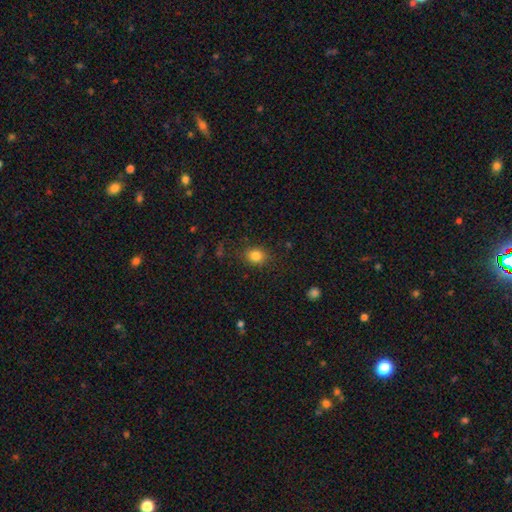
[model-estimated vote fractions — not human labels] Smooth or featured?
  - smooth: 83% *
  - star or artifact: 11%
  - featured or disk: 6%
How rounded?
  - round: 58% *
  - in between: 41%
  - cigar-shaped: 1%
Merging?
  - none: 84% *
  - minor disturbance: 11%
  - major disturbance: 3%
  - merger: 1%